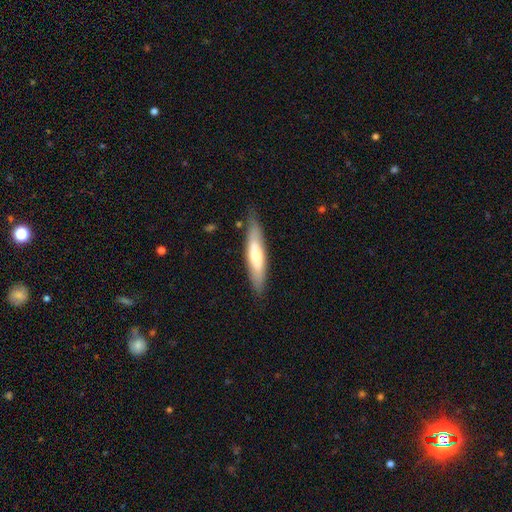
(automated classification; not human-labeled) The model was most divided on "smooth or featured": smooth: 50%, featured or disk: 44%, star or artifact: 6%. More confident: merging — none (83%).